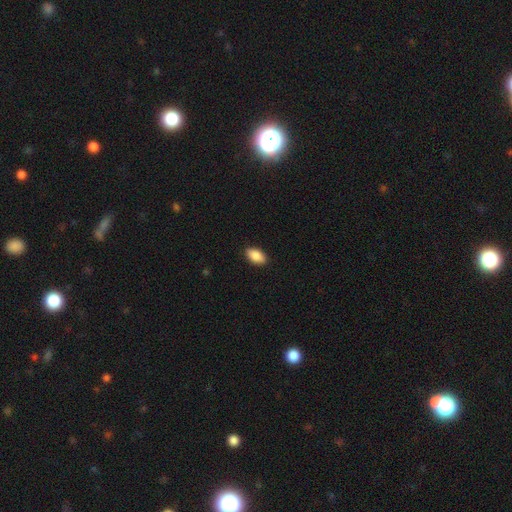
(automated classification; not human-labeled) A smooth galaxy with no disk features (89%) that is in between round and cigar-shaped (93%). Merging: none (89%).